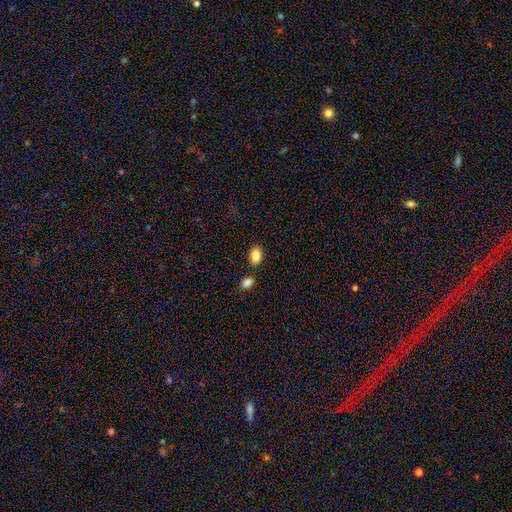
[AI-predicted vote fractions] Smooth or featured? Predicted: smooth (p=0.86). How rounded? Predicted: in between (p=0.86). Merging? Predicted: none (p=0.80).